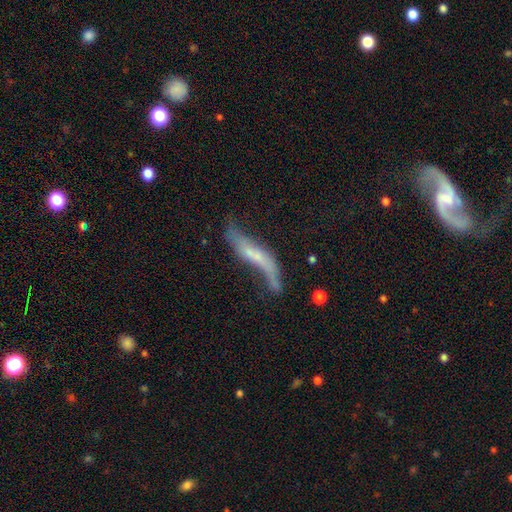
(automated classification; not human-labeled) Smooth or featured? featured or disk (62%)
Edge-on disk? no (60%)
Merging? none (35%)